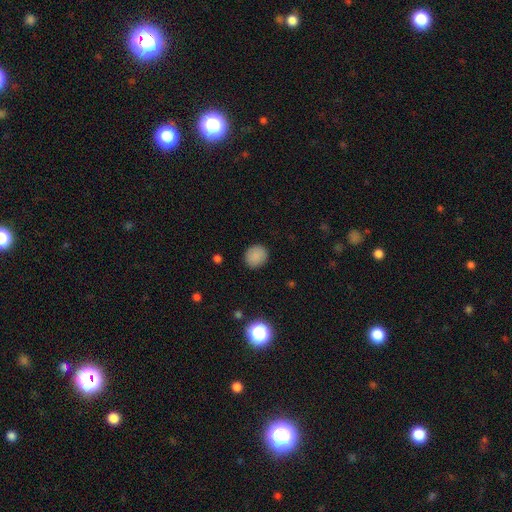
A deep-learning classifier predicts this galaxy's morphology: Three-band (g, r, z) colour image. It shows a smooth galaxy with no disk features (86%) that is round (83%). Merging: none (89%).